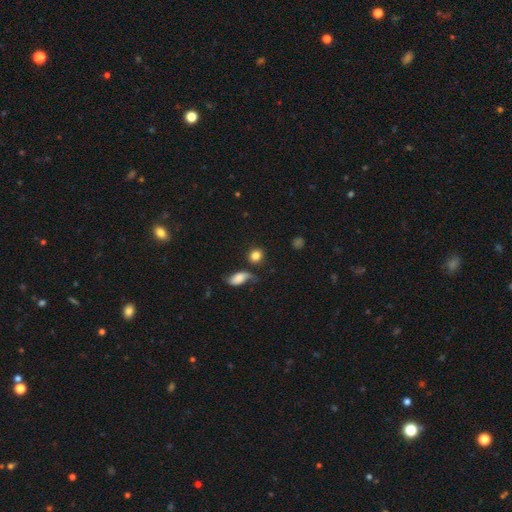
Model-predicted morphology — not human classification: smooth_or_featured: smooth (p=0.83) [alt: star or artifact p=0.09]
how_rounded: round (p=0.81) [alt: in between p=0.17]
merging: none (p=0.70) [alt: minor disturbance p=0.14]